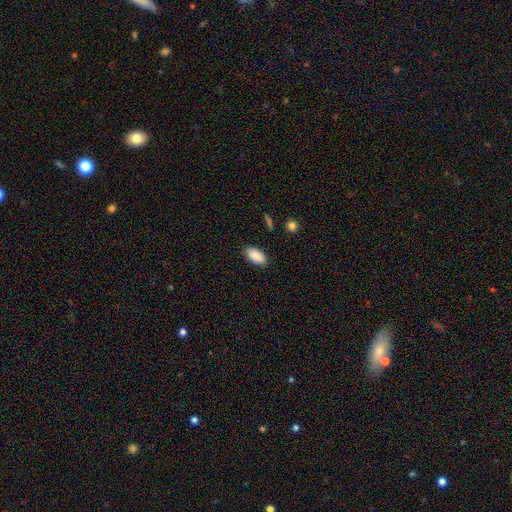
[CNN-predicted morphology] Smooth or featured? smooth (90%)
How rounded? in between (93%)
Merging? none (88%)